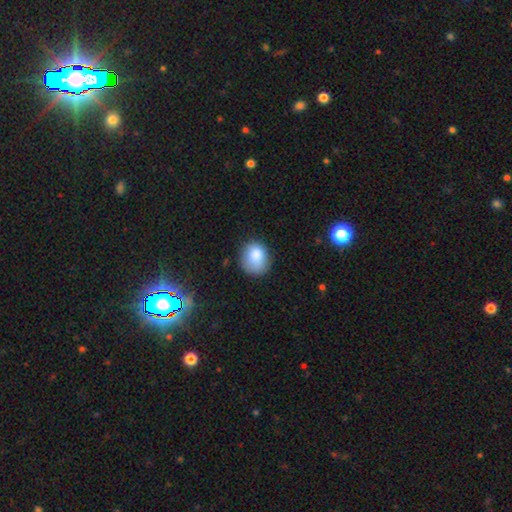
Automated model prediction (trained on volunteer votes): smooth 85%, star or artifact 9%, featured or disk 7%. Down the decision tree: how rounded — round (62%); merging — none (71%).